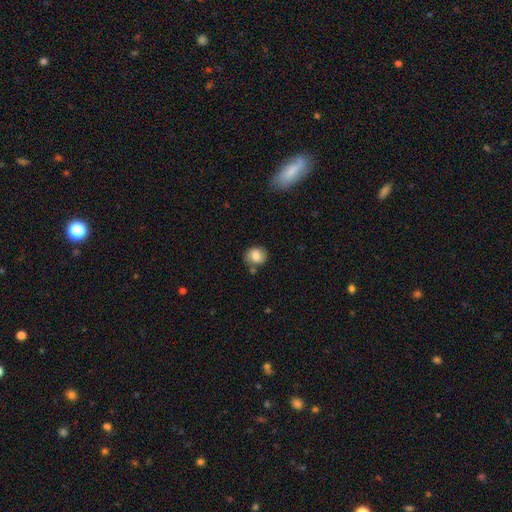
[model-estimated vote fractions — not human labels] This is clearly a smooth galaxy (80%). How rounded: clearly round (81%). Merging: likely none (72%).